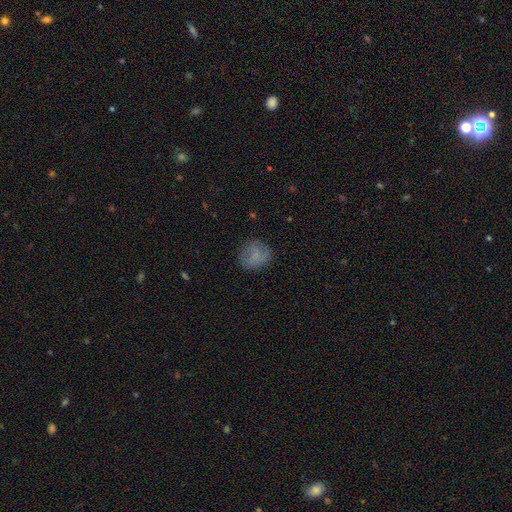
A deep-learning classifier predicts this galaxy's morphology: Overall: smooth (74%). How rounded: round (83%). Merging: none (77%).